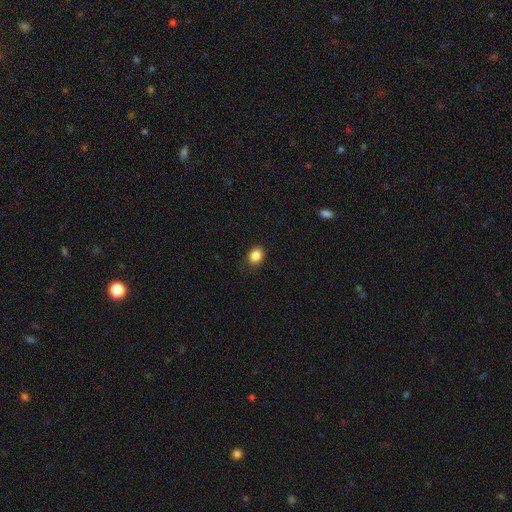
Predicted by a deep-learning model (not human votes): Smooth or featured: smooth — 85% (star or artifact — 10%)
How rounded: round — 53% (in between — 46%)
Merging: none — 85% (minor disturbance — 11%)